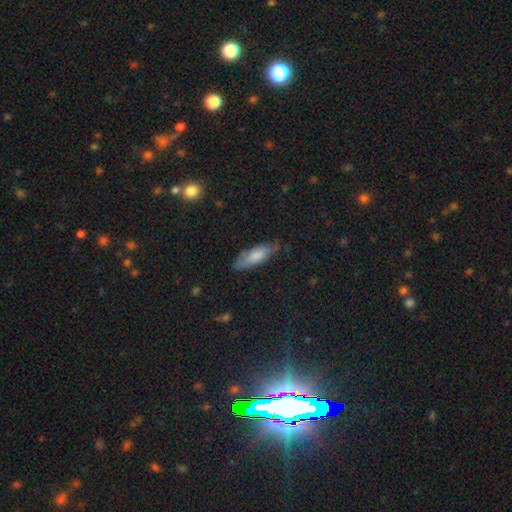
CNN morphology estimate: A smooth galaxy with no disk features (75%) that is in between round and cigar-shaped (66%).

Vote fractions:
- Smooth or featured? smooth: 75% / featured or disk: 19% / star or artifact: 6%
- How rounded? in between: 66% / cigar-shaped: 33% / round: 2%
- Merging? none: 68% / minor disturbance: 25% / major disturbance: 5% / merger: 2%